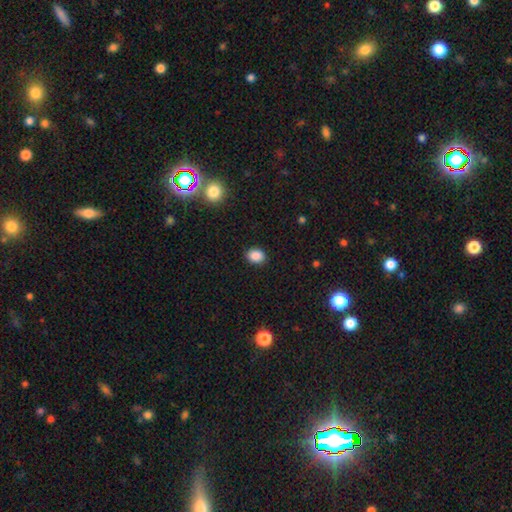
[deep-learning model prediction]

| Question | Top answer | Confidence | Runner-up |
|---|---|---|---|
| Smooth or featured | smooth | 88% | star or artifact (9%) |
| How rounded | in between | 55% | round (44%) |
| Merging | none | 88% | minor disturbance (9%) |